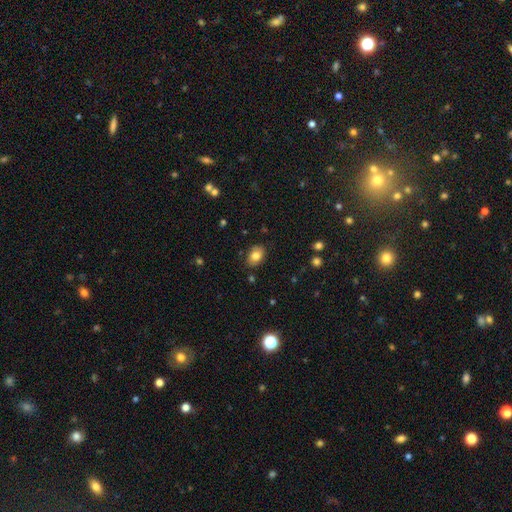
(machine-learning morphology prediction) smooth-or-featured: smooth: 82% | featured or disk: 10% | star or artifact: 9%
  how-rounded: in between: 82% | round: 17% | cigar-shaped: 1%
  merging: none: 84% | minor disturbance: 12% | major disturbance: 3% | merger: 2%